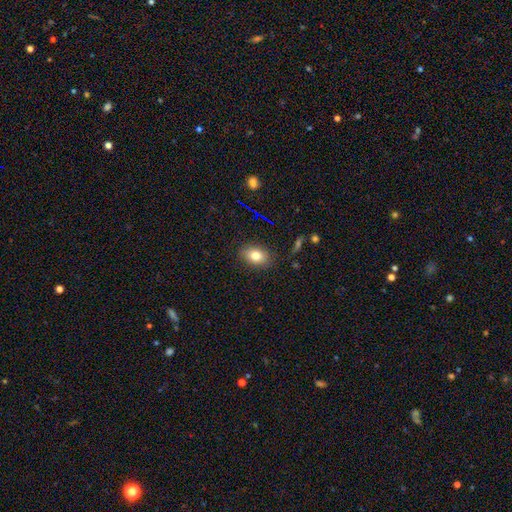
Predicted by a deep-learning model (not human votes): Morphology: type=smooth (78%); roundness=in between (77%); merging=none (85%).